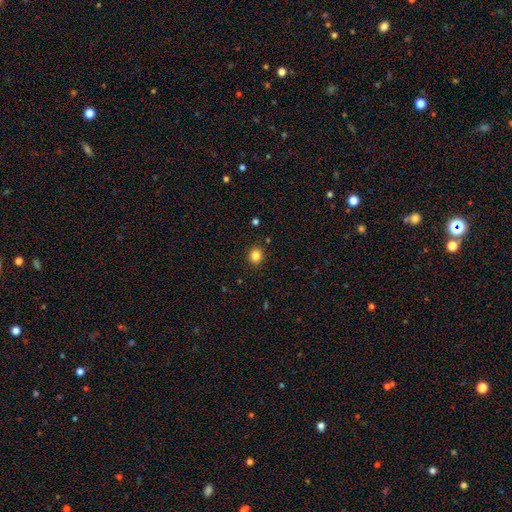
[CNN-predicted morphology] smooth-or-featured: smooth: 84% | star or artifact: 12% | featured or disk: 4%
  how-rounded: round: 82% | in between: 18% | cigar-shaped: 1%
  merging: none: 90% | minor disturbance: 7% | major disturbance: 2% | merger: 1%